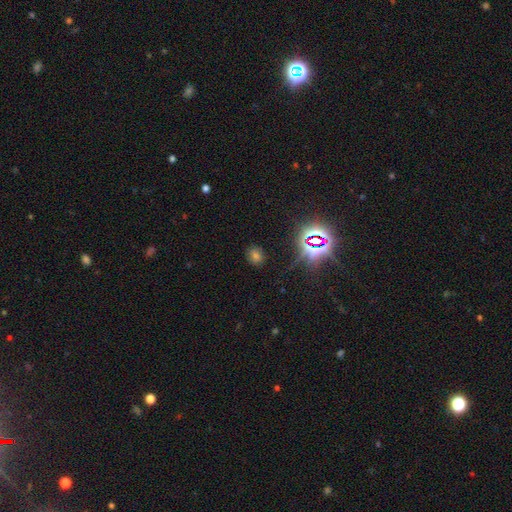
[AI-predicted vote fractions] Q: Smooth or featured?
A: smooth (47%); runner-up: star or artifact (45%)
Q: Merging?
A: none (84%); runner-up: minor disturbance (10%)